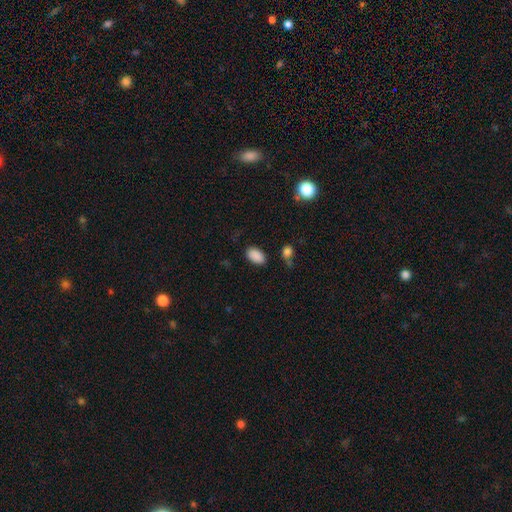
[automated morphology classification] This is clearly a smooth galaxy (88%). How rounded: clearly in between (93%). Merging: clearly none (83%).